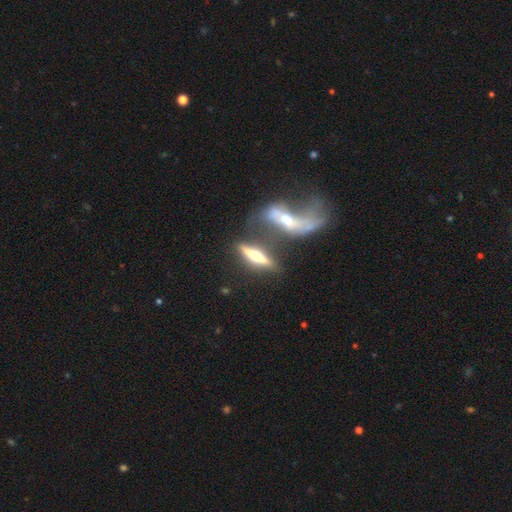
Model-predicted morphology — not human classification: Q: Smooth or featured?
A: featured or disk (68%); runner-up: smooth (25%)
Q: Edge-on disk?
A: yes (90%); runner-up: no (10%)
Q: Edge-on bulge?
A: rounded (92%); runner-up: boxy (4%)
Q: Merging?
A: none (45%); runner-up: merger (33%)